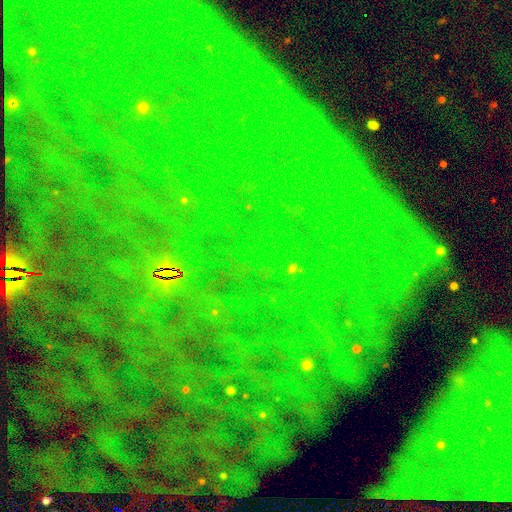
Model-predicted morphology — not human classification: star or artifact 84%, featured or disk 8%, smooth 8%.